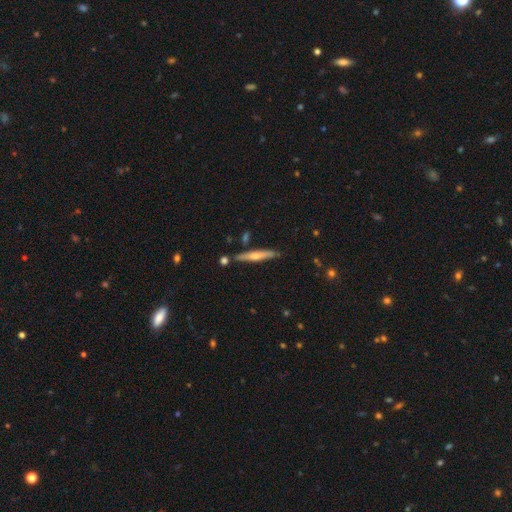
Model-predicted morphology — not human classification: Smooth or featured? Predicted: smooth (p=0.48). Merging? Predicted: none (p=0.80).